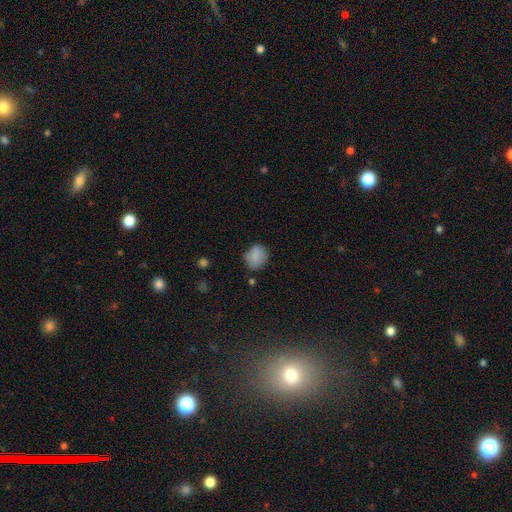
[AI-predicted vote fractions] This is clearly a smooth galaxy (82%). How rounded: possibly round (53%). Merging: likely none (68%).